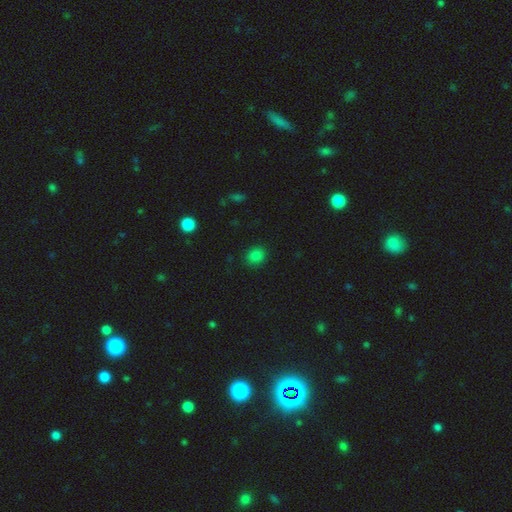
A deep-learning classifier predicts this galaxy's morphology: A smooth galaxy with no disk features (83%) that is round (73%).

Vote fractions:
- Smooth or featured? smooth: 83% / star or artifact: 13% / featured or disk: 4%
- How rounded? round: 73% / in between: 26% / cigar-shaped: 1%
- Merging? none: 89% / minor disturbance: 8% / major disturbance: 2% / merger: 1%